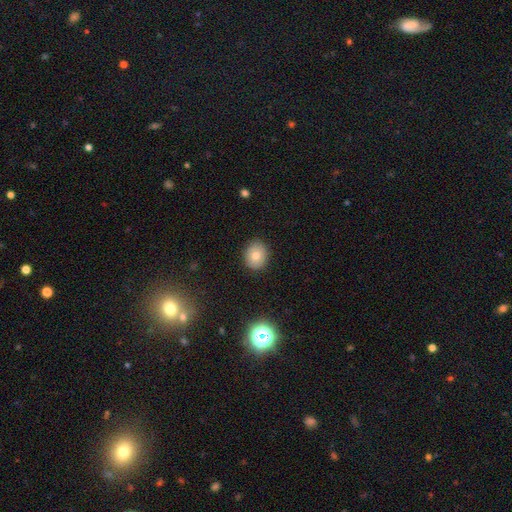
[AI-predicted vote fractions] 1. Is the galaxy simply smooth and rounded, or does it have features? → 75% smooth, 14% featured or disk, 11% star or artifact.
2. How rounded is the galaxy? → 68% round, 31% in between, 1% cigar-shaped.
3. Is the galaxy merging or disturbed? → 89% none, 8% minor disturbance, 2% major disturbance, 1% merger.